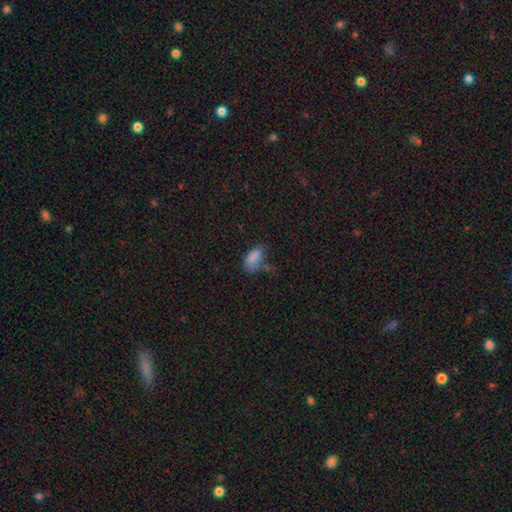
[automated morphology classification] Smooth or featured?
  - smooth: 78% *
  - star or artifact: 13%
  - featured or disk: 8%
How rounded?
  - in between: 89% *
  - cigar-shaped: 7%
  - round: 5%
Merging?
  - none: 44% *
  - minor disturbance: 28%
  - major disturbance: 17%
  - merger: 11%